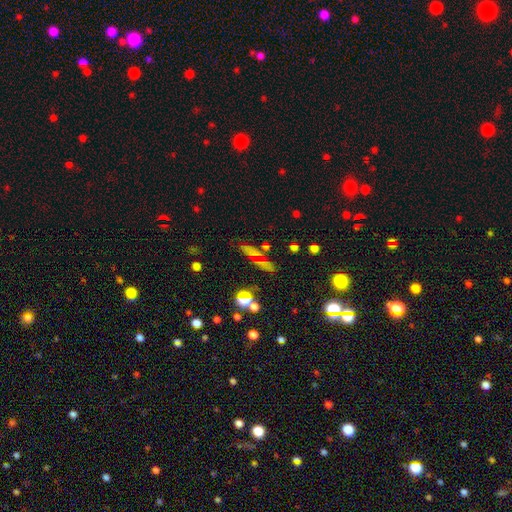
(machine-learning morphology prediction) A star or artifact, not a galaxy (38%).

Vote fractions:
- Smooth or featured? star or artifact: 38% / smooth: 37% / featured or disk: 24%